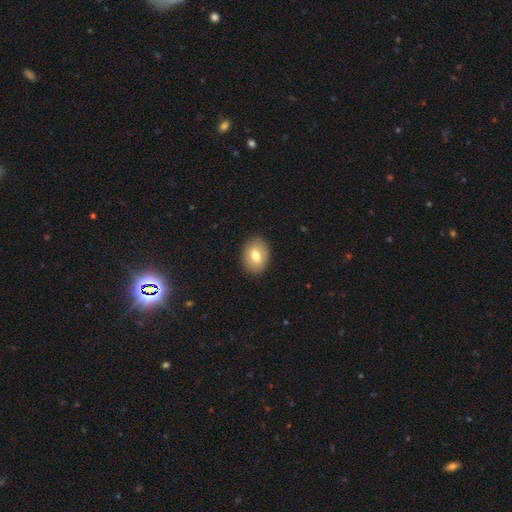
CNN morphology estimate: This appears to be a smooth galaxy with no disk features (75%) that is in between round and cigar-shaped (69%). Merging: none (89%).